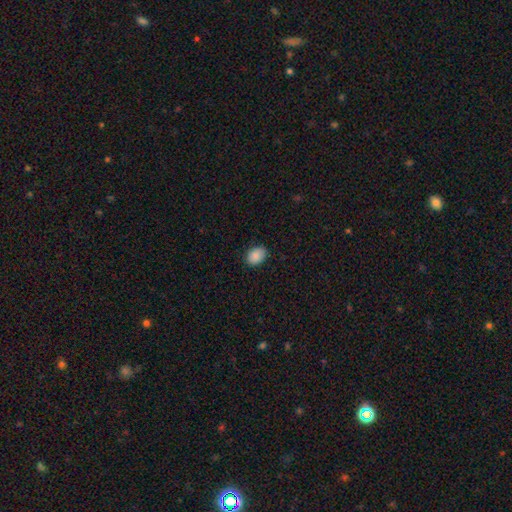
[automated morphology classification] A smooth galaxy with no disk features (89%) that is in between round and cigar-shaped (73%). Merging: none (84%).